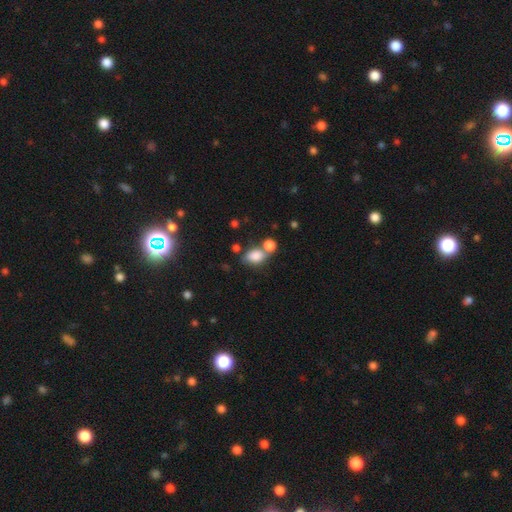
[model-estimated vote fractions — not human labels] A smooth galaxy with no disk features (83%) that is in between round and cigar-shaped (76%). Merging: none (44%).